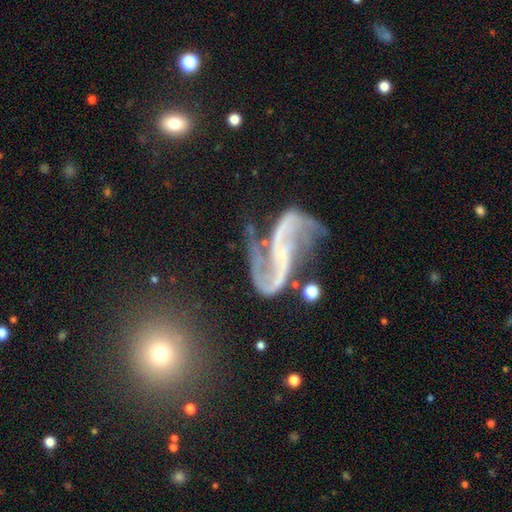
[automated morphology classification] This is clearly a featured or disk galaxy (91%). It is clearly not viewed edge-on (97%). Bar: marginally no (36%). Spiral arm pattern: clearly yes (97%). Spiral arm count: clearly 2 (91%). Spiral winding: likely loose (69%). Central bulge: likely small (75%). Merging: possibly none (51%).